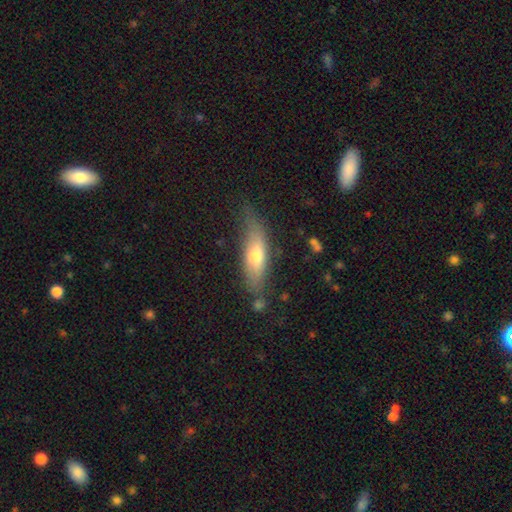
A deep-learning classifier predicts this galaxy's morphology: The model was most divided on "how rounded": cigar-shaped: 51%, in between: 46%, round: 3%. More confident: merging — none (66%); smooth or featured — smooth (59%).